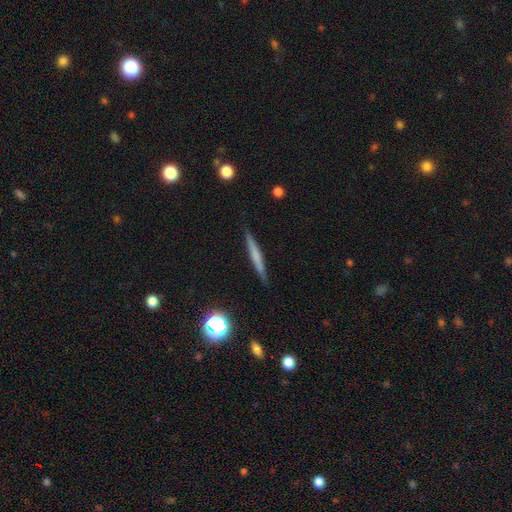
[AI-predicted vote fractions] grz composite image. It shows a smooth galaxy with no disk features (51%) that is cigar-shaped (94%). Merging: none (89%).